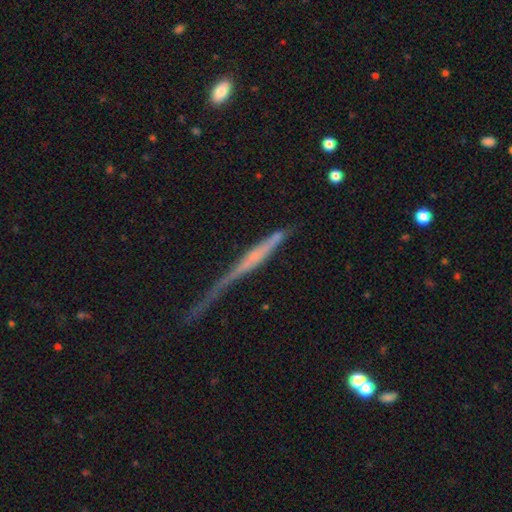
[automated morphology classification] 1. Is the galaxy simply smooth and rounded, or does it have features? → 57% featured or disk, 32% smooth, 11% star or artifact.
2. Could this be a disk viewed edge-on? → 92% yes, 8% no.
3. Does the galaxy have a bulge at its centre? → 69% none, 19% rounded, 12% boxy.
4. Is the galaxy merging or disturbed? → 46% none, 29% minor disturbance, 20% major disturbance, 6% merger.